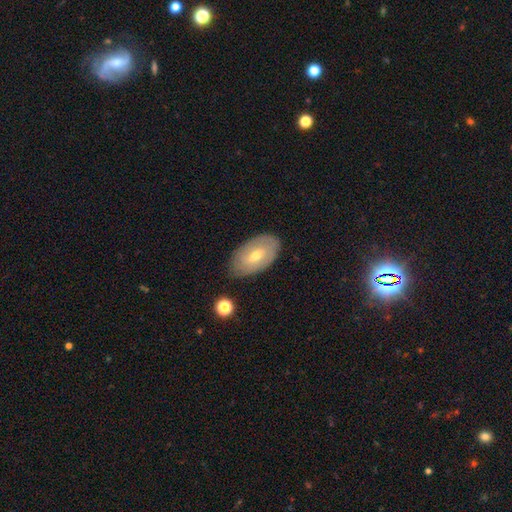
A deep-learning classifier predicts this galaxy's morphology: A smooth galaxy with no disk features (48%).

Vote fractions:
- Smooth or featured? smooth: 48% / featured or disk: 44% / star or artifact: 7%
- Merging? none: 80% / minor disturbance: 15% / major disturbance: 3% / merger: 2%